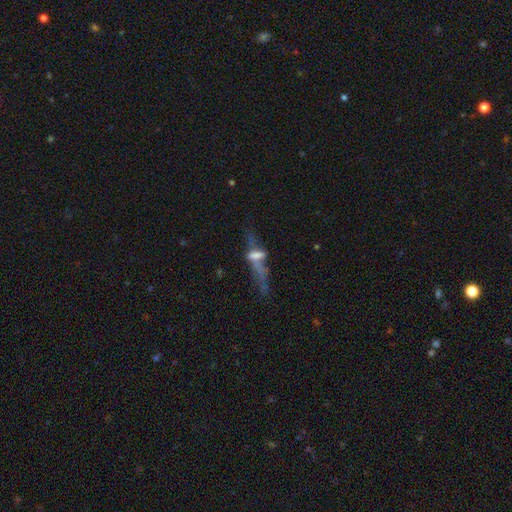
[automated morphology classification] A featured or disk galaxy (51%). Merging: major disturbance (39%).